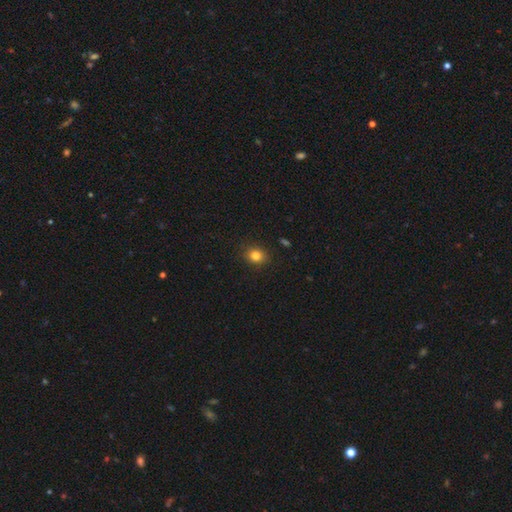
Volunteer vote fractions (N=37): Smooth or featured?
  - smooth: 84% *
  - featured or disk: 14%
  - star or artifact: 3%
How rounded?
  - round: 71% *
  - in between: 29%
  - cigar-shaped: 0%
Merging?
  - none: 92% *
  - minor disturbance: 8%
  - major disturbance: 0%
  - merger: 0%